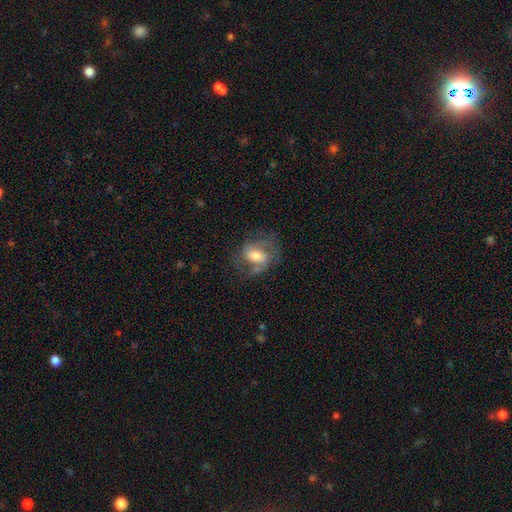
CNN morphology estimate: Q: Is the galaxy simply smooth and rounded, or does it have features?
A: featured or disk — 58%.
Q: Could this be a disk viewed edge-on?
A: no — 96%.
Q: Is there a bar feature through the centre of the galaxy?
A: weak — 42%.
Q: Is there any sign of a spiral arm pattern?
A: yes — 77%.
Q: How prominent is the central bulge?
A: moderate — 60%.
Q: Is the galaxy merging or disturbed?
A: none — 55%.